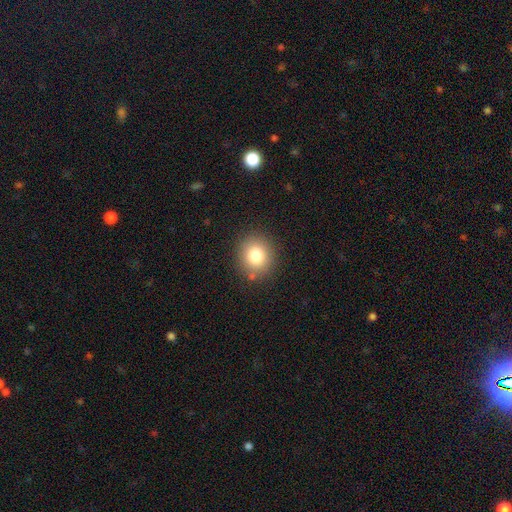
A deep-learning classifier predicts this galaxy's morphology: This appears to be a smooth galaxy with no disk features (80%) that is round (83%). Merging: none (86%).